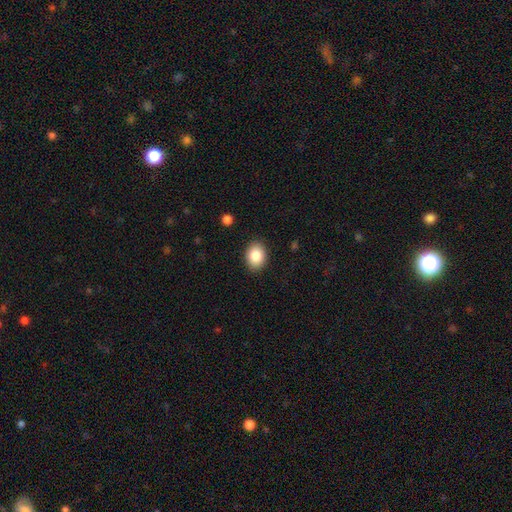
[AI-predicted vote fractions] Smooth or featured: smooth — 85% (star or artifact — 8%)
How rounded: in between — 66% (round — 33%)
Merging: none — 89% (minor disturbance — 8%)